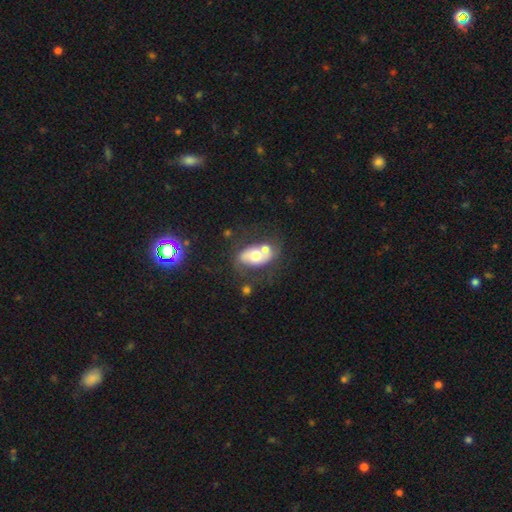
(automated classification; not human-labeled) featured or disk 46% (tied), smooth 46% (tied), star or artifact 8%. Down the decision tree: merging — none (38%).